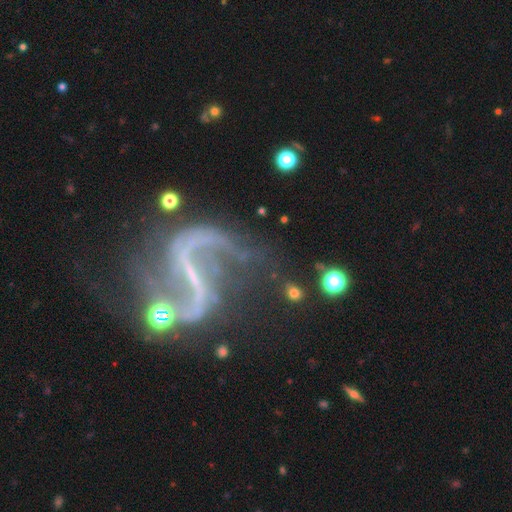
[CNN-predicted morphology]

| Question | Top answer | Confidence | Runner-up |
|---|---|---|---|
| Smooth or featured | featured or disk | 90% | star or artifact (7%) |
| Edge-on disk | no | 98% | yes (2%) |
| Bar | strong | 50% | weak (33%) |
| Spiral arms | yes | 95% | no (5%) |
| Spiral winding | loose | 79% | medium (17%) |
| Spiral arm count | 2 | 92% | 1 (3%) |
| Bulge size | small | 54% | none (40%) |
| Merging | none | 49% | major disturbance (20%) |